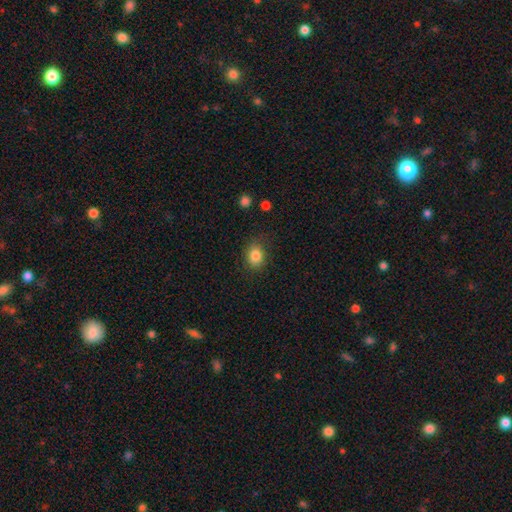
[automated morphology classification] type=smooth (84%); roundness=in between (51%); merging=none (84%).